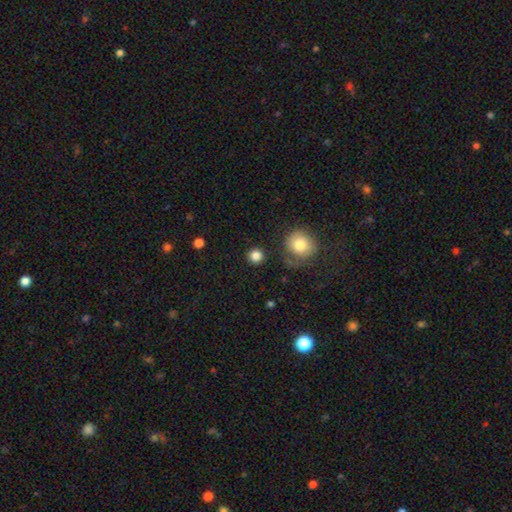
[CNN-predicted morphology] Smooth or featured?
  - smooth: 85% *
  - star or artifact: 10%
  - featured or disk: 5%
How rounded?
  - round: 94% *
  - in between: 5%
  - cigar-shaped: 1%
Merging?
  - none: 88% *
  - minor disturbance: 7%
  - merger: 3%
  - major disturbance: 3%